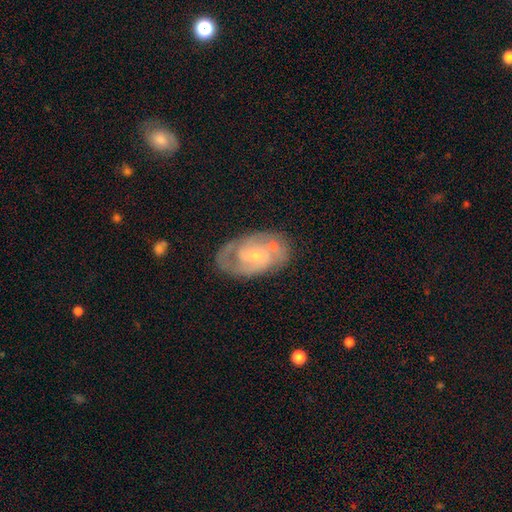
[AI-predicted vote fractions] Smooth or featured? featured or disk (76%)
Edge-on disk? no (96%)
Bar? no (52%)
Spiral arms? yes (88%)
Spiral winding? tight (45%)
Spiral arm count? 2 (56%)
Bulge size? small (71%)
Merging? none (61%)